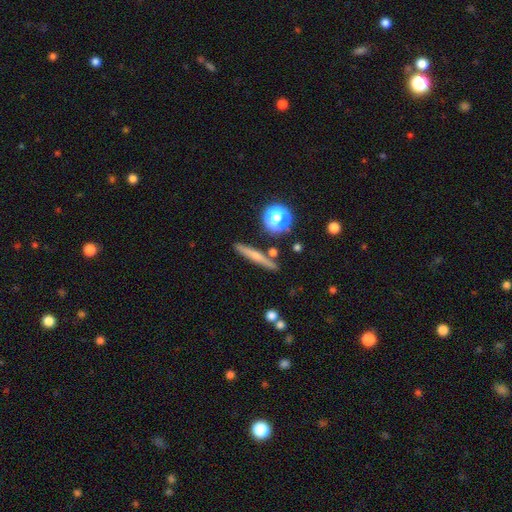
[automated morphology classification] This appears to be a smooth galaxy with no disk features (50%). Merging: none (85%).